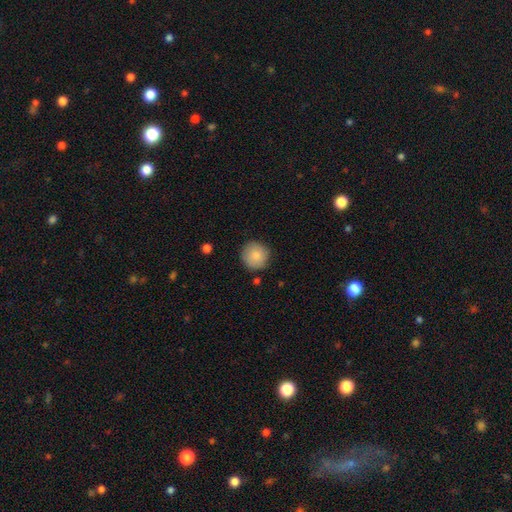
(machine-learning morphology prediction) Smooth or featured: smooth — 85% (featured or disk — 7%)
How rounded: round — 95% (in between — 4%)
Merging: none — 86% (minor disturbance — 10%)